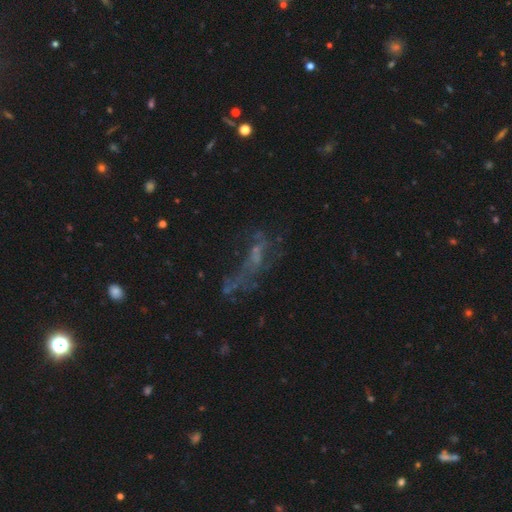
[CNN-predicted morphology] A featured or disk galaxy (47%). Merging: major disturbance (40%).